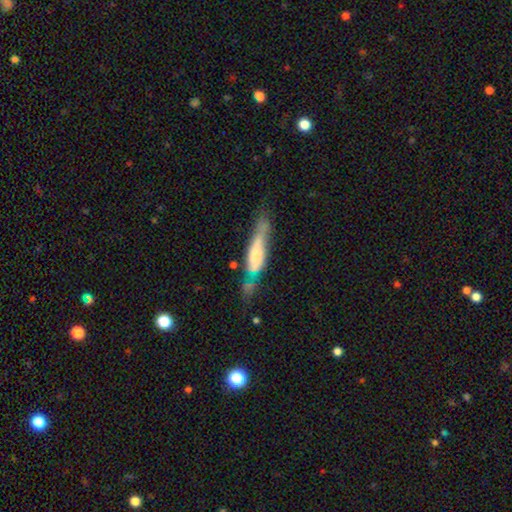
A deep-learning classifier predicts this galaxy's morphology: smooth_or_featured: smooth (p=0.54) [alt: featured or disk p=0.39]
how_rounded: cigar-shaped (p=0.71) [alt: in between p=0.27]
merging: none (p=0.35) [alt: minor disturbance p=0.30]